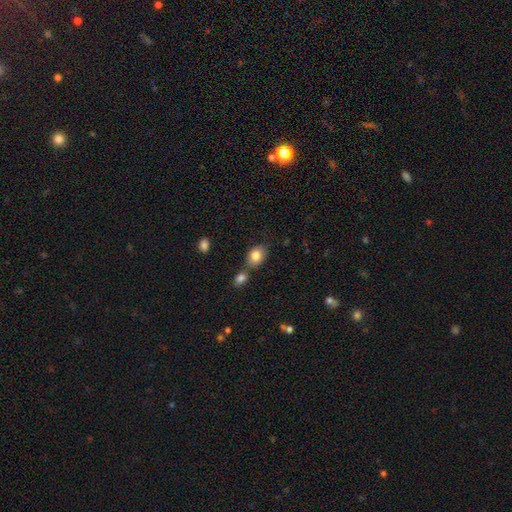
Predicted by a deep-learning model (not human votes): Smooth or featured: smooth — 83% (featured or disk — 9%)
How rounded: in between — 68% (round — 30%)
Merging: none — 61% (merger — 22%)